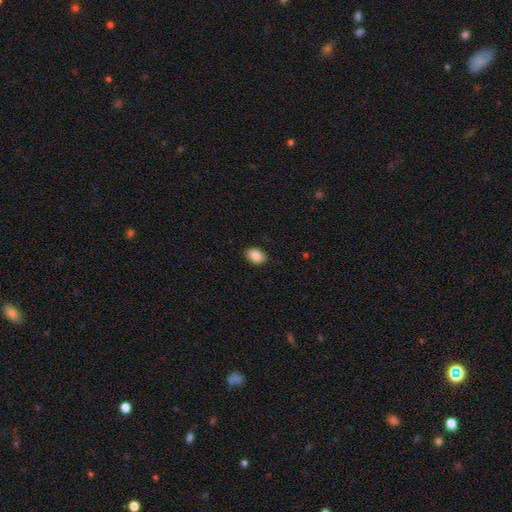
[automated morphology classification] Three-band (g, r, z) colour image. It shows a smooth galaxy with no disk features (88%) that is in between round and cigar-shaped (84%). Merging: none (88%).